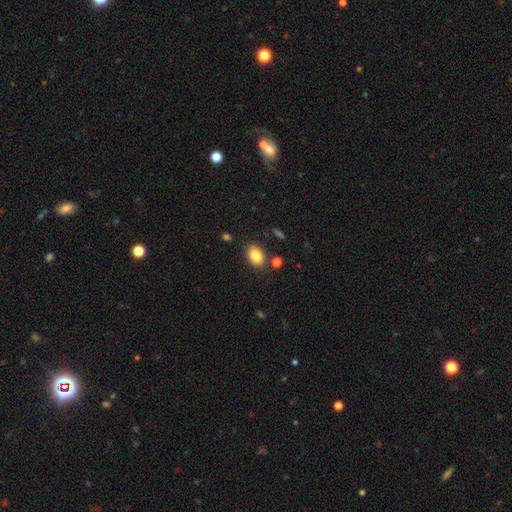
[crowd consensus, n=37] smooth 89%, featured or disk 5%, star or artifact 5%. Down the decision tree: how rounded — in between (85%); merging — none (83%).